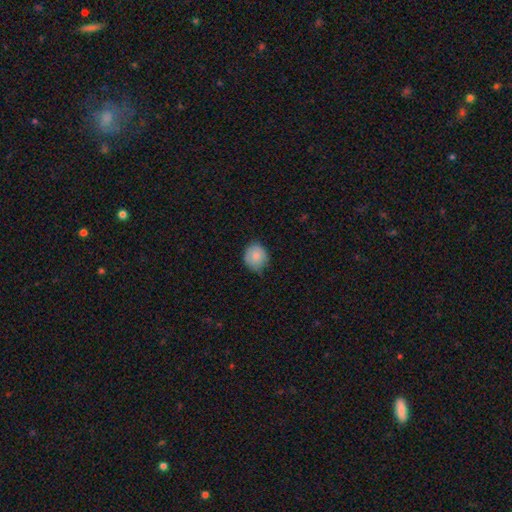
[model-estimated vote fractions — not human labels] smooth 84%, featured or disk 9%, star or artifact 8%. Down the decision tree: how rounded — round (79%); merging — none (65%).